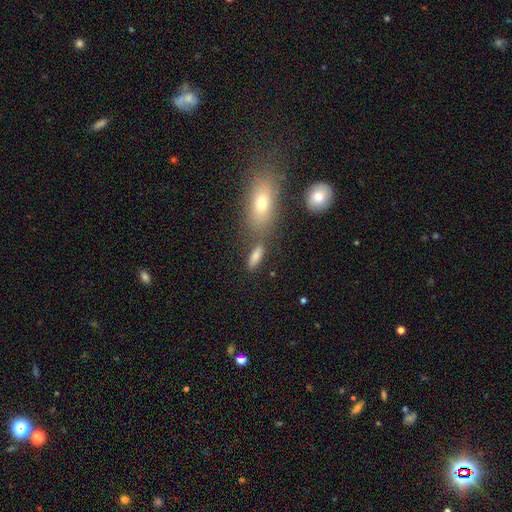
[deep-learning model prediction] Overall: smooth (78%). How rounded: in between (59%; cigar-shaped 35%). Merging: none (62%).